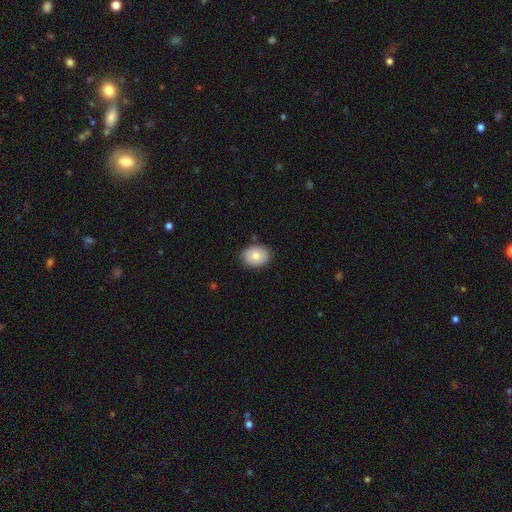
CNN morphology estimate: Smooth or featured: smooth — 77% (featured or disk — 16%)
How rounded: in between — 62% (round — 37%)
Merging: none — 87% (minor disturbance — 10%)